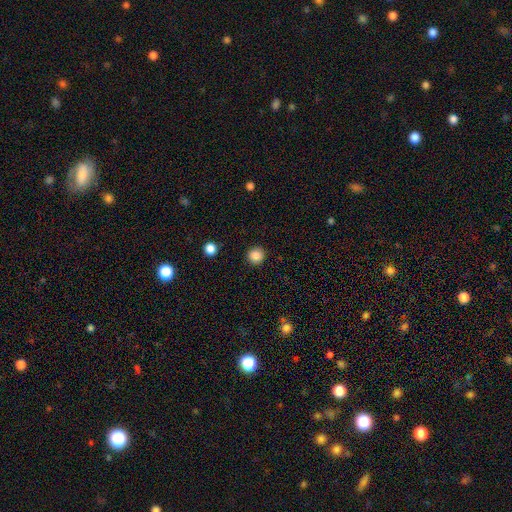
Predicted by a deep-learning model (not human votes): smooth_or_featured: smooth (p=0.86) [alt: star or artifact p=0.10]
how_rounded: round (p=0.94) [alt: in between p=0.05]
merging: none (p=0.92) [alt: minor disturbance p=0.05]